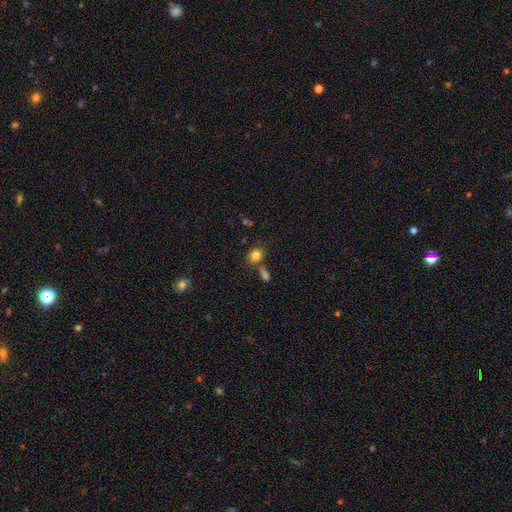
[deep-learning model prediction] Morphology: type=smooth (83%); roundness=in between (62%); merging=none (63%).